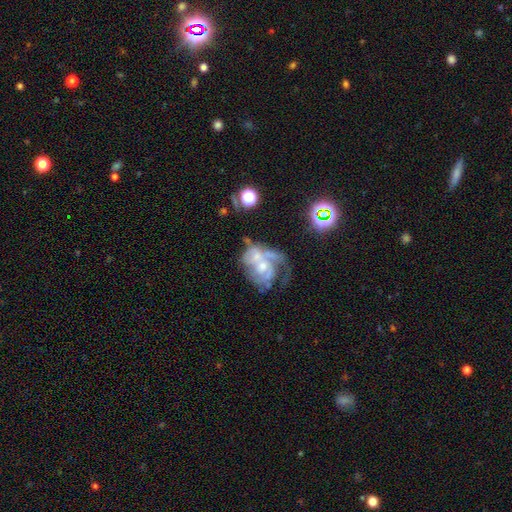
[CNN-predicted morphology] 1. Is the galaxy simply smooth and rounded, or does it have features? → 75% featured or disk, 16% smooth, 9% star or artifact.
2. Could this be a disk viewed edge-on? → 98% no, 2% yes.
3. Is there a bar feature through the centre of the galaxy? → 74% no, 22% weak, 4% strong.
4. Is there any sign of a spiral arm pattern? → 73% yes, 27% no.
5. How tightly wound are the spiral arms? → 42% tight, 38% medium, 20% loose.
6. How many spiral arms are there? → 37% can't tell, 29% 2, 16% 1, 12% 3, 4% 4, 3% more than 4.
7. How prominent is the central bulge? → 44% moderate, 43% small, 8% none, 4% large, 1% dominant.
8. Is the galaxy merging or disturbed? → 31% merger, 30% major disturbance, 22% none, 16% minor disturbance.